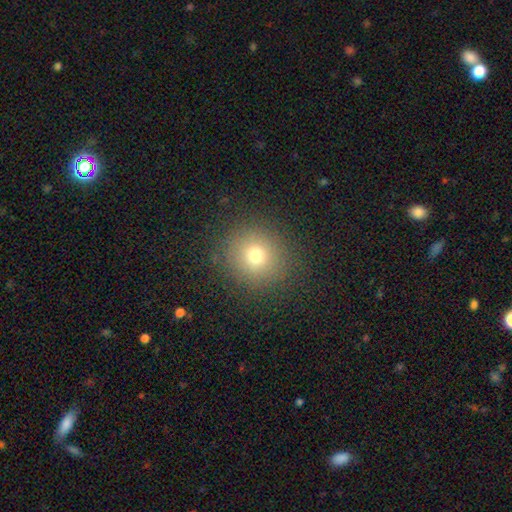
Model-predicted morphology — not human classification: Overall: smooth (72%). How rounded: round (90%). Merging: none (88%).